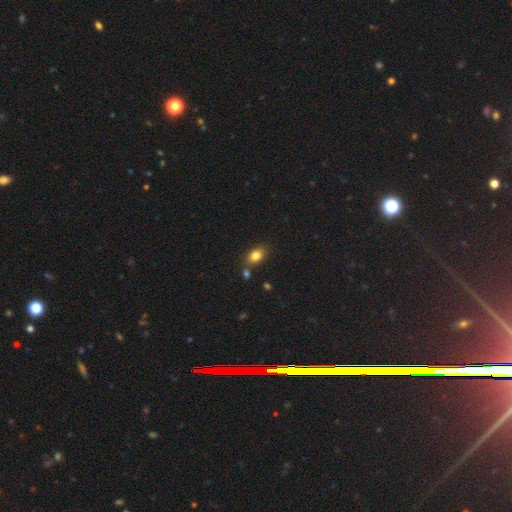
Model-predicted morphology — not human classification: smooth-or-featured: smooth: 82% | star or artifact: 10% | featured or disk: 8%
  how-rounded: in between: 80% | round: 18% | cigar-shaped: 2%
  merging: none: 74% | minor disturbance: 13% | merger: 10% | major disturbance: 3%